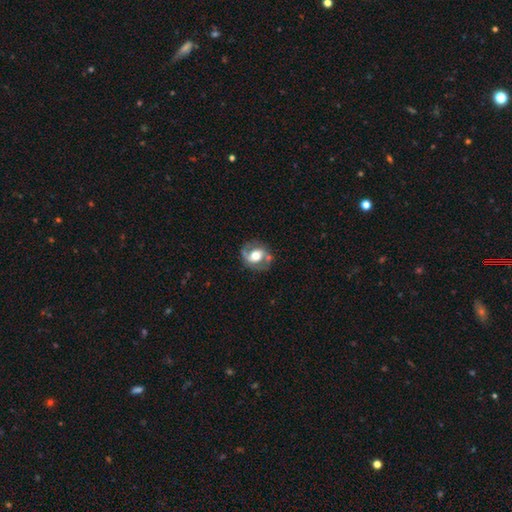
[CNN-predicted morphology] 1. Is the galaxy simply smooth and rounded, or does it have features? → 64% featured or disk, 29% smooth, 7% star or artifact.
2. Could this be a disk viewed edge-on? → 96% no, 4% yes.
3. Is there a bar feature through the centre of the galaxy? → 46% no, 34% weak, 19% strong.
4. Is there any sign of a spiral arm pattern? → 74% yes, 26% no.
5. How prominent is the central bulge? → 55% moderate, 33% large, 7% small, 3% dominant, 1% none.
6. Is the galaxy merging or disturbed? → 69% none, 18% minor disturbance, 8% major disturbance, 4% merger.